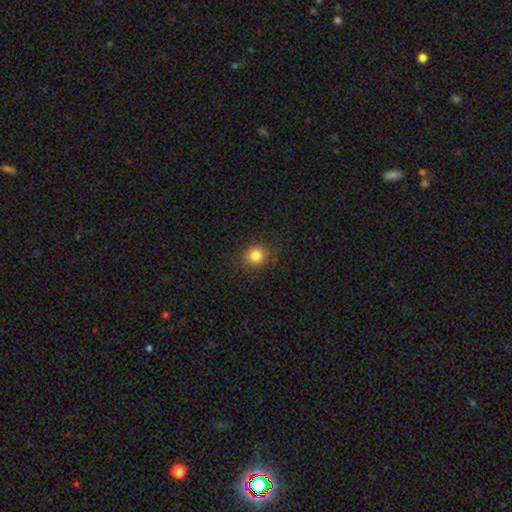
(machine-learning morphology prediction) A smooth galaxy with no disk features (83%) that is round (82%).

Vote fractions:
- Smooth or featured? smooth: 83% / star or artifact: 12% / featured or disk: 5%
- How rounded? round: 82% / in between: 17% / cigar-shaped: 1%
- Merging? none: 86% / minor disturbance: 10% / major disturbance: 3% / merger: 1%